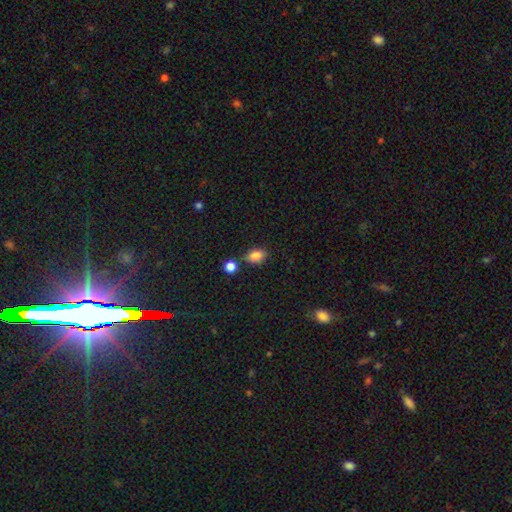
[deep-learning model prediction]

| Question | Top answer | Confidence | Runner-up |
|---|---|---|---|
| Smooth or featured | smooth | 84% | star or artifact (10%) |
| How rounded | in between | 76% | round (23%) |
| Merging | none | 72% | minor disturbance (14%) |